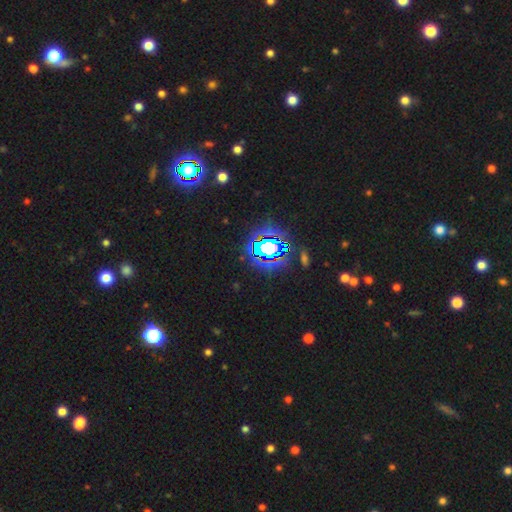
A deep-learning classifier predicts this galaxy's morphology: Smooth or featured?
  - star or artifact: 80% *
  - smooth: 12%
  - featured or disk: 8%